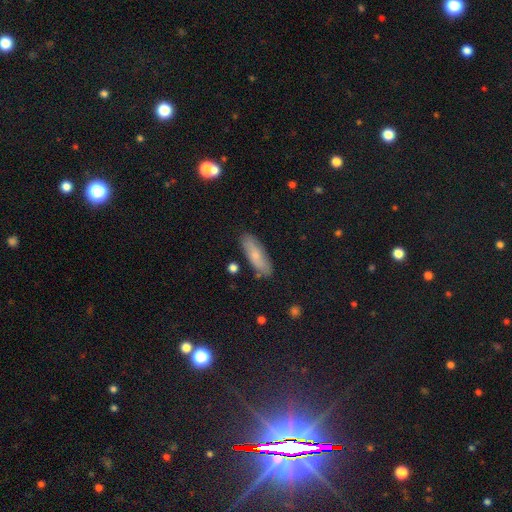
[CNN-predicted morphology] A smooth galaxy with no disk features (70%) that is in between round and cigar-shaped (56%). Merging: none (84%).